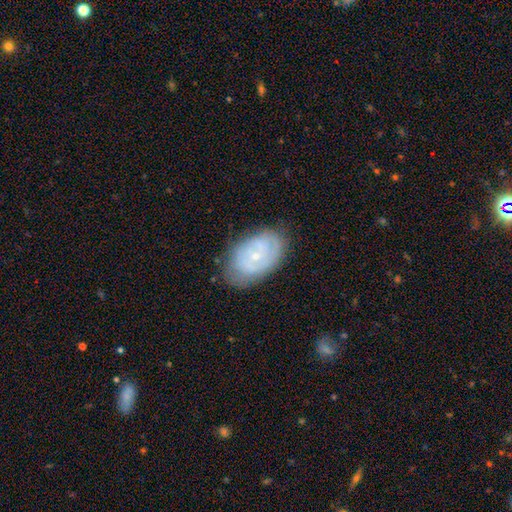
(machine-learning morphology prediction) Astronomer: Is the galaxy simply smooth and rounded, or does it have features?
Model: featured or disk — 65%.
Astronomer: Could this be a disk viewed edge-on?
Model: no — 95%.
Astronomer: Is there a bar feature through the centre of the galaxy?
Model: no — 76%.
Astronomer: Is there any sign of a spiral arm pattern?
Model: yes — 77%.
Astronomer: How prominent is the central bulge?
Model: small — 75%.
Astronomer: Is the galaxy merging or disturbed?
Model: none — 74%.